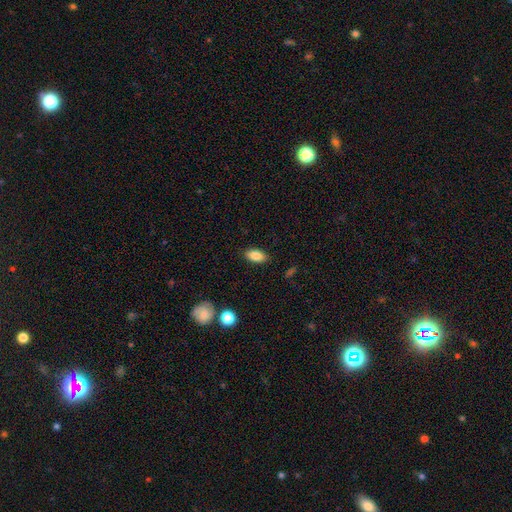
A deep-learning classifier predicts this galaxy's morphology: Smooth or featured? Predicted: smooth (p=0.86). How rounded? Predicted: in between (p=0.90). Merging? Predicted: none (p=0.87).